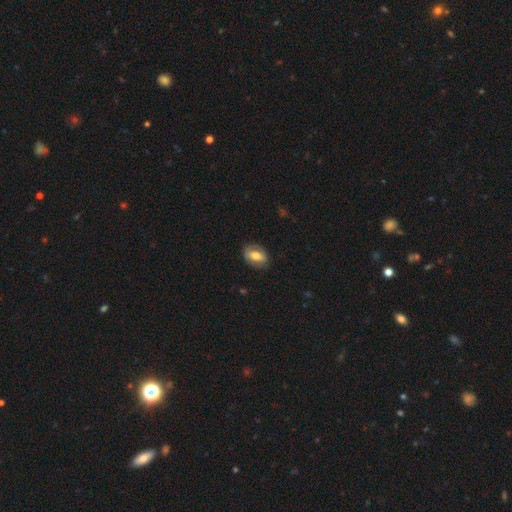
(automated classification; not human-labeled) A smooth galaxy with no disk features (60%) that is in between round and cigar-shaped (83%).

Vote fractions:
- Smooth or featured? smooth: 60% / featured or disk: 34% / star or artifact: 7%
- How rounded? in between: 83% / round: 15% / cigar-shaped: 2%
- Merging? none: 79% / minor disturbance: 15% / major disturbance: 5% / merger: 1%